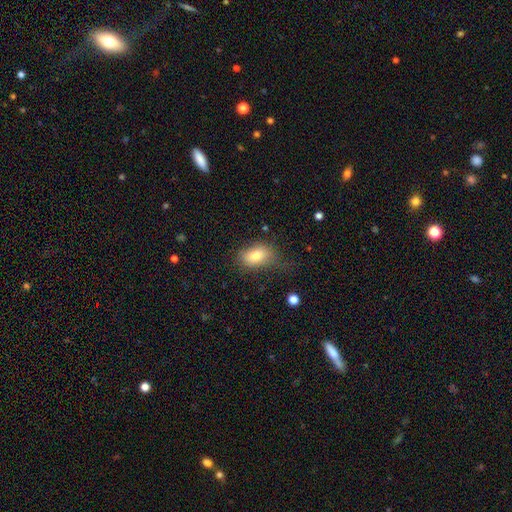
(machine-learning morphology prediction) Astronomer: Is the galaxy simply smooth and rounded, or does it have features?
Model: smooth — 79%.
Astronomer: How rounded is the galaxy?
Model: in between — 84%.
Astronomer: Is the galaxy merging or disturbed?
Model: none — 58%.